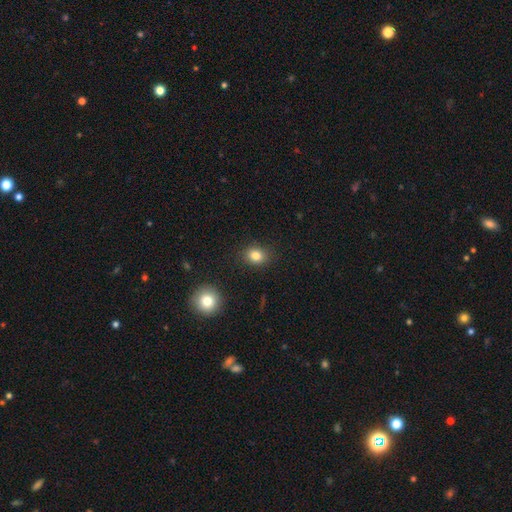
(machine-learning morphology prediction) type=smooth (82%); roundness=round (56%); merging=none (86%).